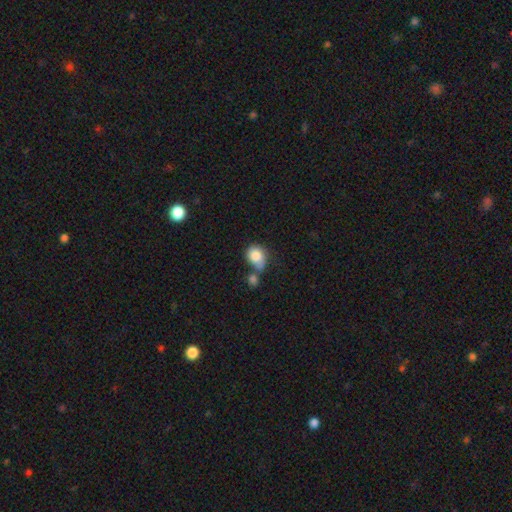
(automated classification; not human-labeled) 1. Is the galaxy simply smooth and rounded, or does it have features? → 82% smooth, 10% featured or disk, 8% star or artifact.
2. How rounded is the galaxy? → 63% round, 36% in between, 1% cigar-shaped.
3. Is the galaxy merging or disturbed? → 41% merger, 33% none, 17% minor disturbance, 9% major disturbance.